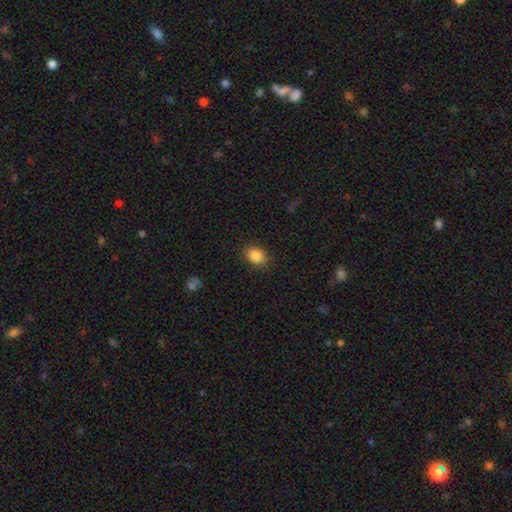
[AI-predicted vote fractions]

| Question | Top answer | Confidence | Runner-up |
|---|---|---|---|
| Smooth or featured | smooth | 86% | star or artifact (9%) |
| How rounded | in between | 65% | round (33%) |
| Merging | none | 87% | minor disturbance (10%) |